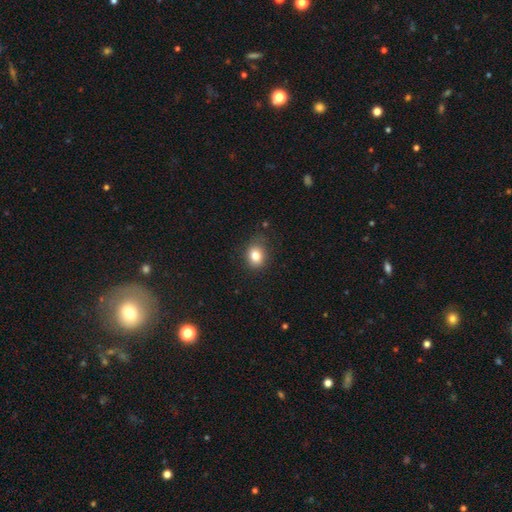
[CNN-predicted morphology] Q: Smooth or featured?
A: smooth (81%); runner-up: star or artifact (11%)
Q: How rounded?
A: round (55%); runner-up: in between (44%)
Q: Merging?
A: none (81%); runner-up: minor disturbance (15%)